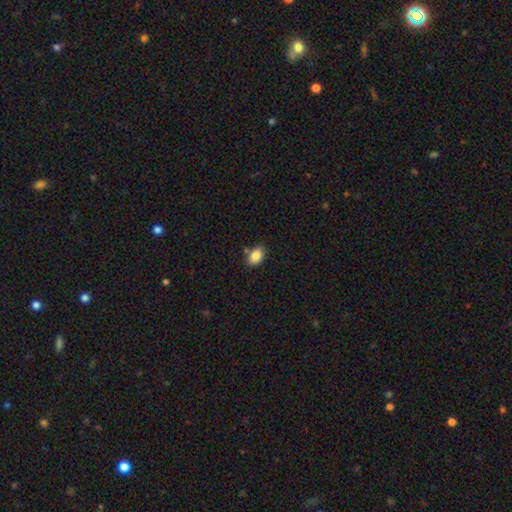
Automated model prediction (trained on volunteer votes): Smooth or featured: smooth — 85% (star or artifact — 8%)
How rounded: in between — 83% (round — 16%)
Merging: none — 76% (minor disturbance — 14%)